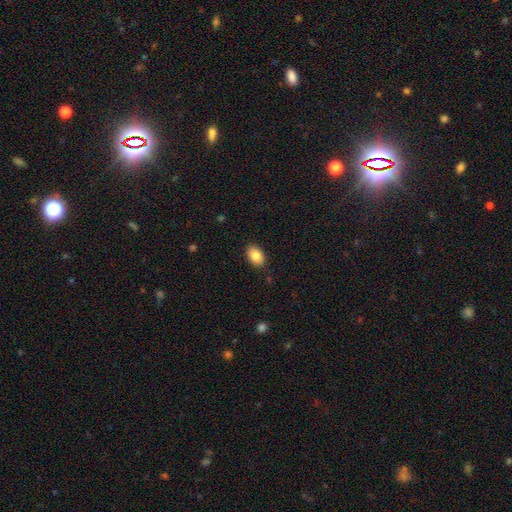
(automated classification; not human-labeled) A smooth galaxy with no disk features (85%) that is in between round and cigar-shaped (87%). Merging: none (87%).